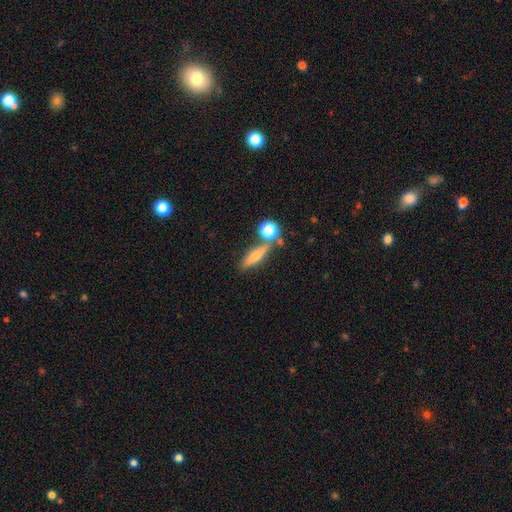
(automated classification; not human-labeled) This is possibly a smooth galaxy (52%). How rounded: likely cigar-shaped (63%). Merging: likely none (68%).